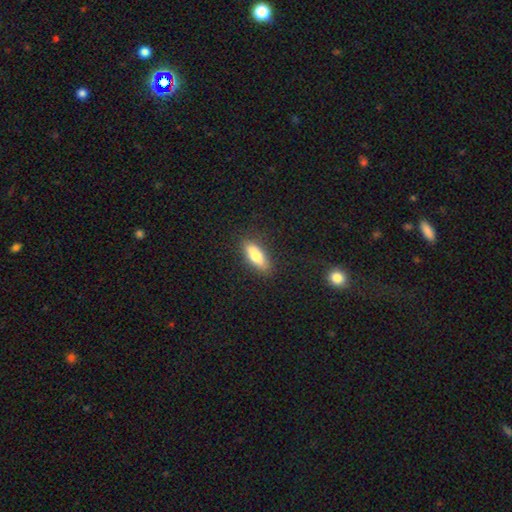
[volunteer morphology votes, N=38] Smooth or featured? 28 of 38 (74%) said smooth. How rounded? 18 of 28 (64%) said in between. Merging? 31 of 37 (84%) said none.